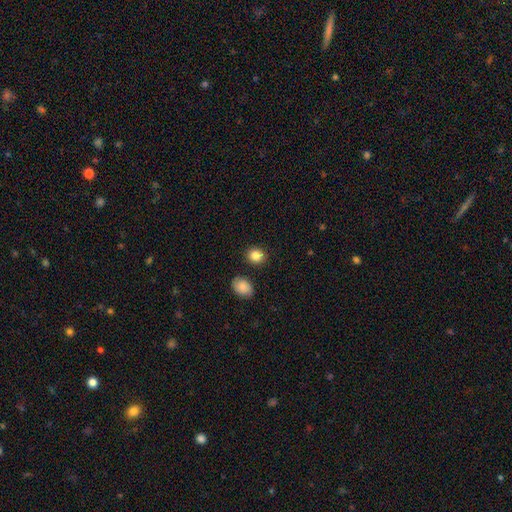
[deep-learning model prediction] A smooth galaxy with no disk features (85%) that is round (74%). Merging: none (86%).